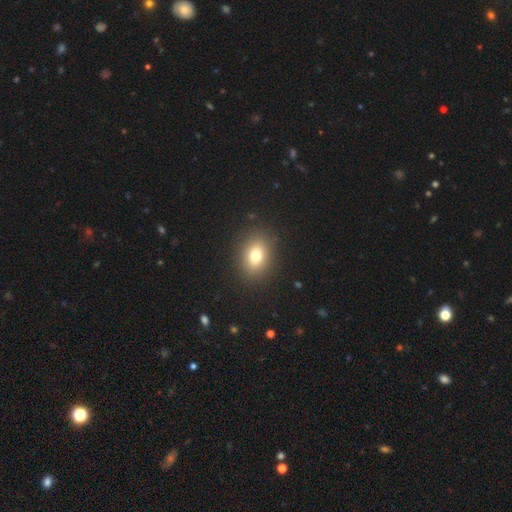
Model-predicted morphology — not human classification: A smooth galaxy with no disk features (76%) that is in between round and cigar-shaped (55%).

Vote fractions:
- Smooth or featured? smooth: 76% / star or artifact: 13% / featured or disk: 11%
- How rounded? in between: 55% / round: 44% / cigar-shaped: 1%
- Merging? none: 89% / minor disturbance: 7% / major disturbance: 3% / merger: 1%